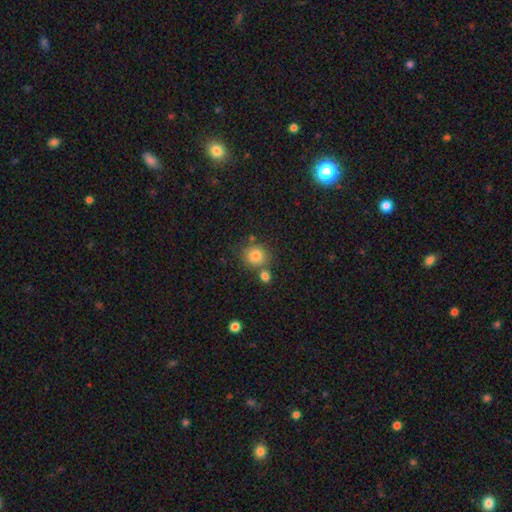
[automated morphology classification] A smooth galaxy with no disk features (81%) that is round (82%). Merging: none (66%).